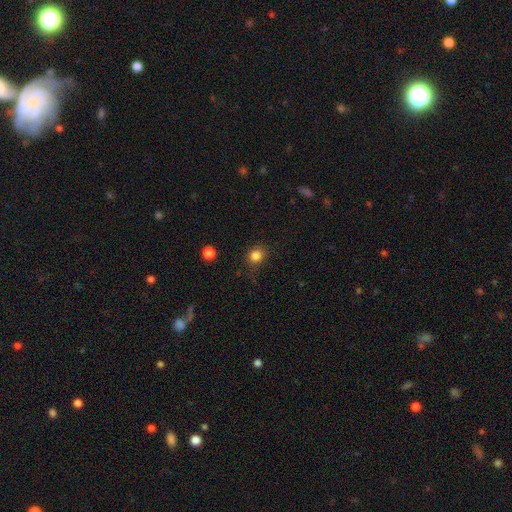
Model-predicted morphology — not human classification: The model was most divided on "how rounded": round: 81%, in between: 18%, cigar-shaped: 1%. More confident: smooth or featured — smooth (83%); merging — none (81%).